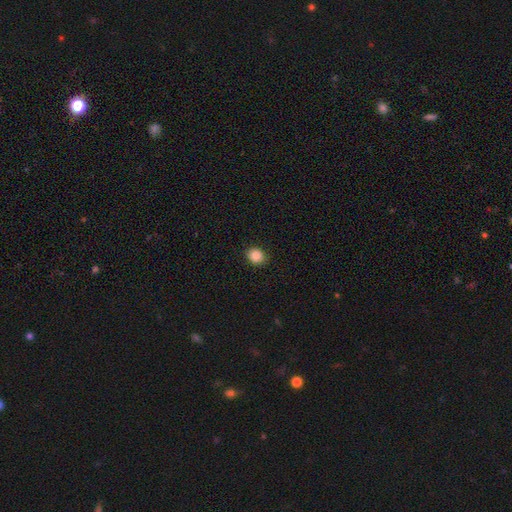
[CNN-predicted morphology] type=smooth (85%); roundness=round (71%); merging=none (90%).